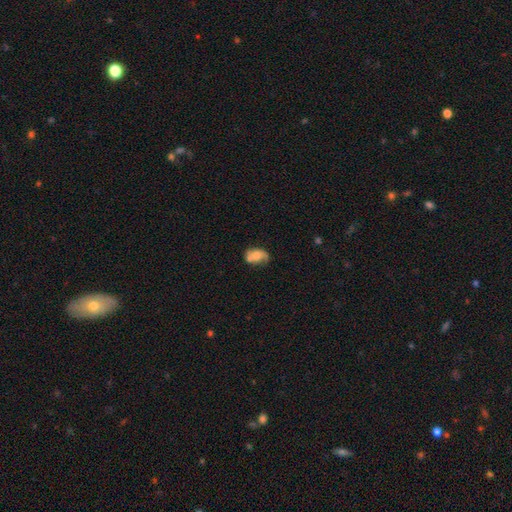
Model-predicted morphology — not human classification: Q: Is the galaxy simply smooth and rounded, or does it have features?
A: smooth — 47%.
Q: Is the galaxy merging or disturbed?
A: none — 50%.